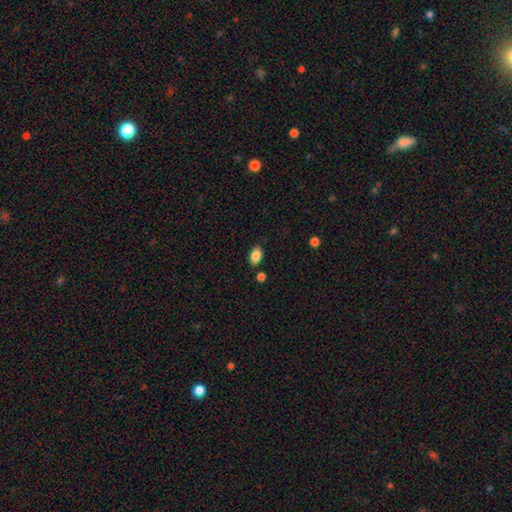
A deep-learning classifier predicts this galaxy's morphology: Overall: smooth (86%). How rounded: in between (90%). Merging: none (83%).